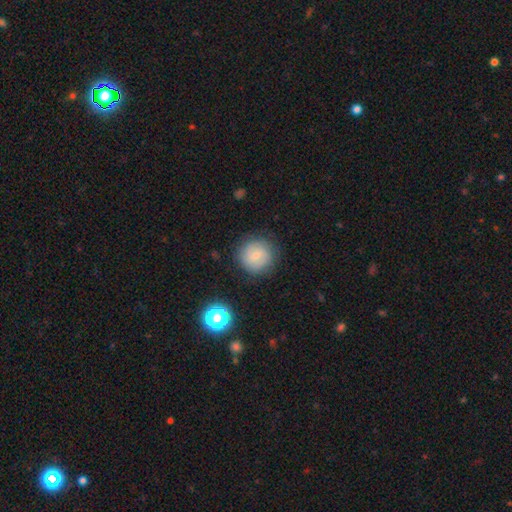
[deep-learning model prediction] This is likely a smooth galaxy (72%). How rounded: clearly round (93%). Merging: clearly none (83%).